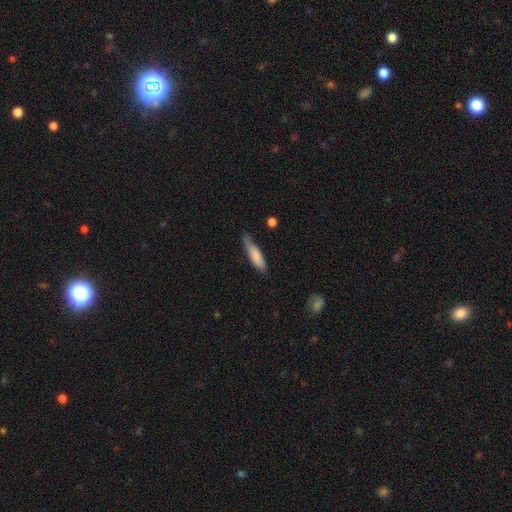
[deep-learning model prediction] Smooth or featured? smooth (80%)
How rounded? cigar-shaped (69%)
Merging? none (58%)